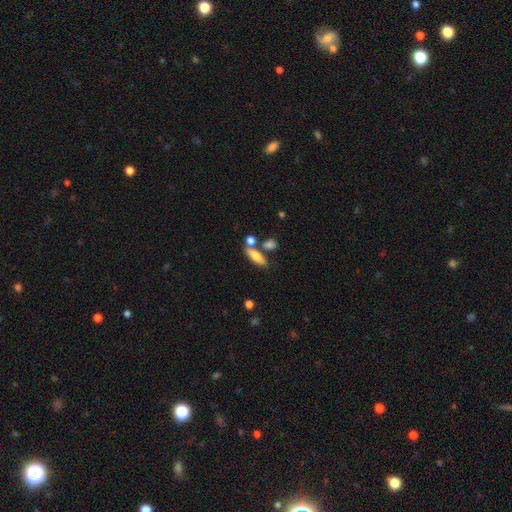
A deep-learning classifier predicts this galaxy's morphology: Smooth or featured?
  - smooth: 75% *
  - featured or disk: 17%
  - star or artifact: 8%
How rounded?
  - in between: 59% *
  - cigar-shaped: 36%
  - round: 5%
Merging?
  - none: 57% *
  - merger: 24%
  - minor disturbance: 14%
  - major disturbance: 5%